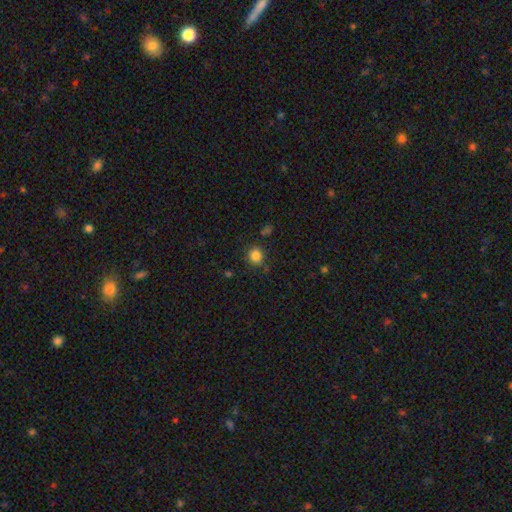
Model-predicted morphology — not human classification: A smooth galaxy with no disk features (84%) that is round (85%).

Vote fractions:
- Smooth or featured? smooth: 84% / star or artifact: 12% / featured or disk: 4%
- How rounded? round: 85% / in between: 14% / cigar-shaped: 1%
- Merging? none: 84% / minor disturbance: 10% / merger: 3% / major disturbance: 3%